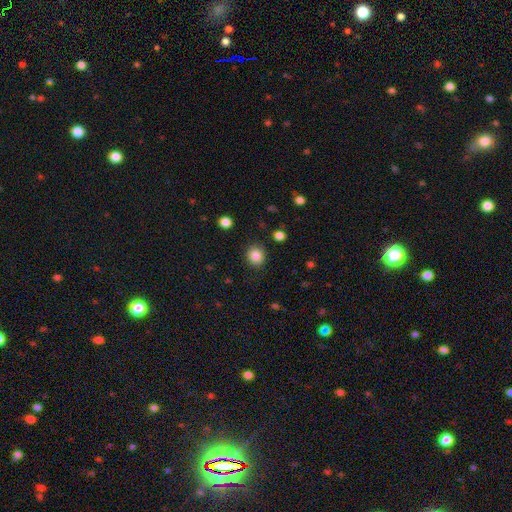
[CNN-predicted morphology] Smooth or featured: smooth — 85% (star or artifact — 10%)
How rounded: round — 80% (in between — 19%)
Merging: none — 87% (minor disturbance — 8%)